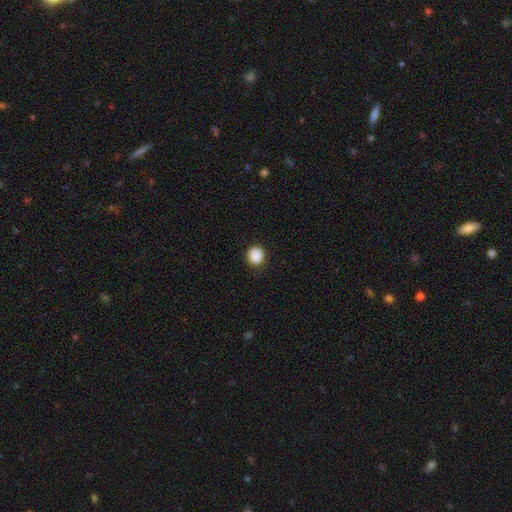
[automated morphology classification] The model was most divided on "merging": none: 85%, minor disturbance: 11%, major disturbance: 3%, merger: 1%. More confident: how rounded — round (89%); smooth or featured — smooth (88%).